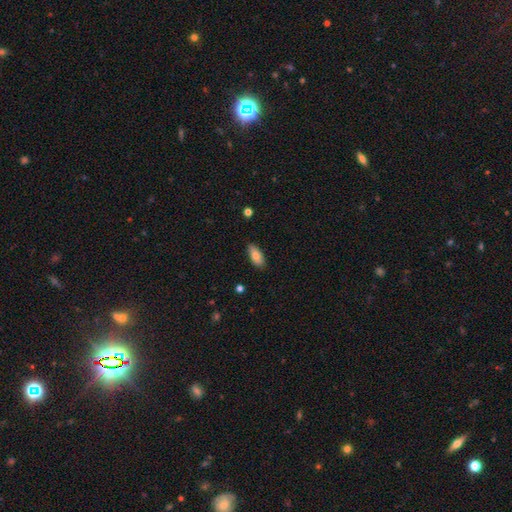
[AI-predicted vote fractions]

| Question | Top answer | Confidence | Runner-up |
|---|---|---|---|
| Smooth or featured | smooth | 80% | featured or disk (13%) |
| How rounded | in between | 87% | cigar-shaped (10%) |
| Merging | none | 87% | minor disturbance (11%) |